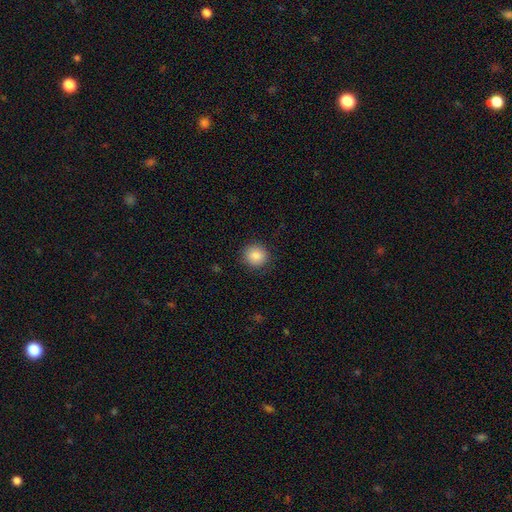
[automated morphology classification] This appears to be a smooth galaxy with no disk features (87%) that is round (89%). Merging: none (88%).